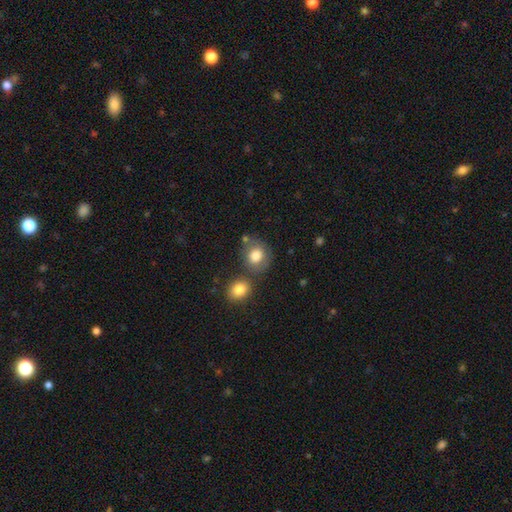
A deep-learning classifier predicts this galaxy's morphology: Smooth or featured? Predicted: smooth (p=0.80). How rounded? Predicted: round (p=0.72). Merging? Predicted: none (p=0.60).